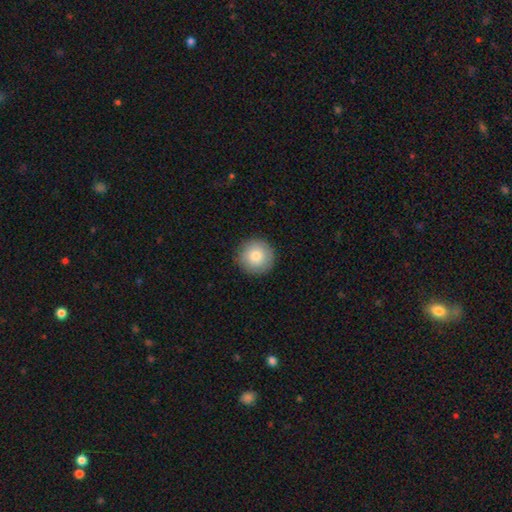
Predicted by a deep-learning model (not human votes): A smooth galaxy with no disk features (83%) that is round (94%).

Vote fractions:
- Smooth or featured? smooth: 83% / featured or disk: 9% / star or artifact: 8%
- How rounded? round: 94% / in between: 5% / cigar-shaped: 1%
- Merging? none: 91% / minor disturbance: 7% / major disturbance: 2% / merger: 1%